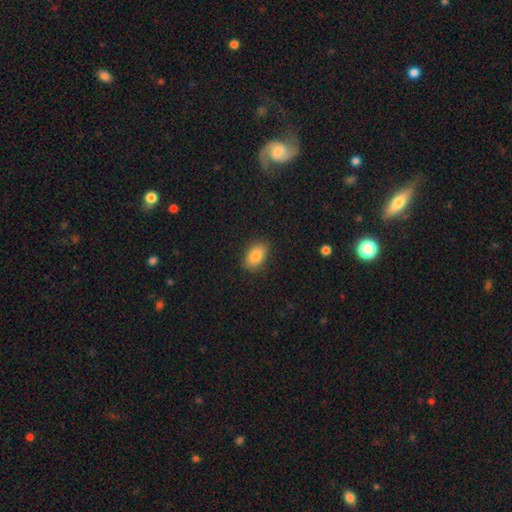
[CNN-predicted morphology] smooth-or-featured: smooth: 87% | star or artifact: 7% | featured or disk: 6%
  how-rounded: in between: 89% | round: 9% | cigar-shaped: 2%
  merging: none: 86% | minor disturbance: 10% | major disturbance: 3% | merger: 1%